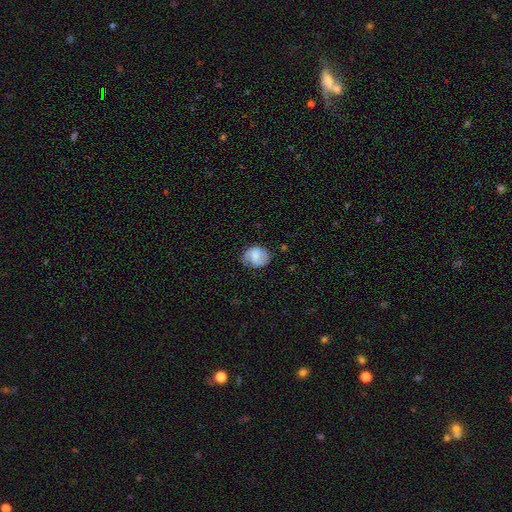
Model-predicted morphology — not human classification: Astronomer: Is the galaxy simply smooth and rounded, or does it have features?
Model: featured or disk — 48% (runner-up: smooth, 45%).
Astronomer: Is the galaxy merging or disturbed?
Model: none — 63%.